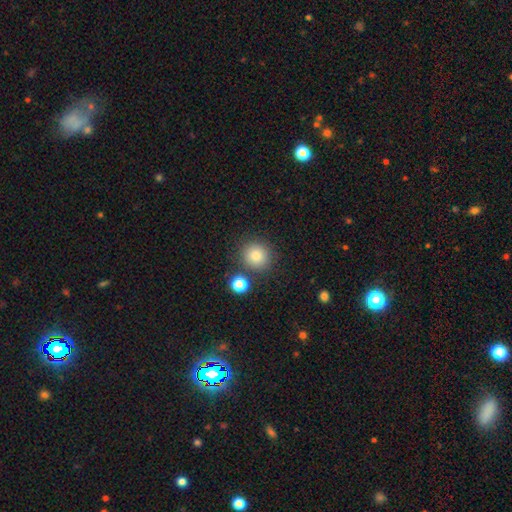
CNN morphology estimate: Q: Smooth or featured?
A: smooth (82%); runner-up: star or artifact (12%)
Q: How rounded?
A: round (91%); runner-up: in between (8%)
Q: Merging?
A: none (82%); runner-up: minor disturbance (8%)